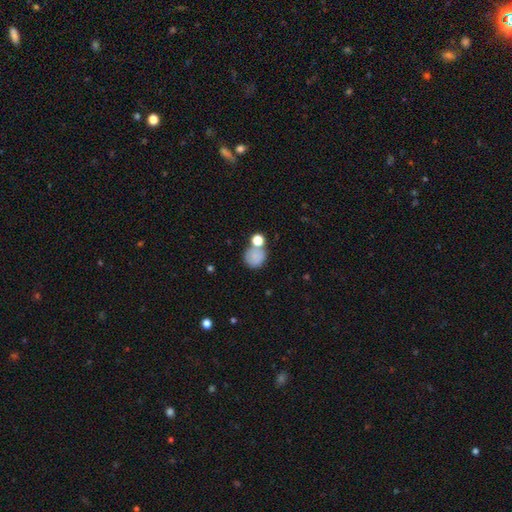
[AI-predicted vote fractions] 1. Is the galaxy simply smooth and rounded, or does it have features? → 81% smooth, 11% star or artifact, 8% featured or disk.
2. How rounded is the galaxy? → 80% round, 18% in between, 1% cigar-shaped.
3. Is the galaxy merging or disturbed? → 55% none, 24% merger, 14% minor disturbance, 7% major disturbance.